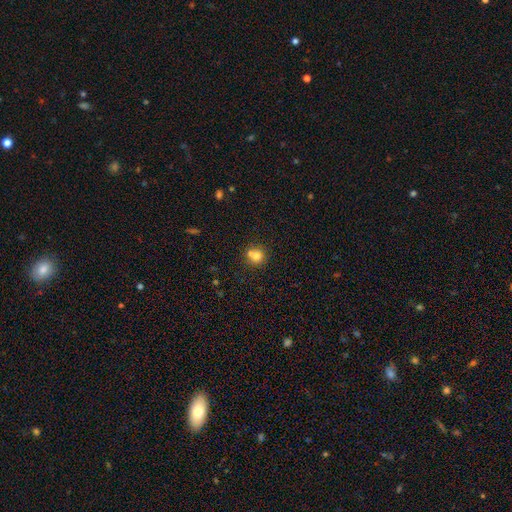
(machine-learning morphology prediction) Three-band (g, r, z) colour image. It shows a smooth galaxy with no disk features (75%) that is round (86%). Merging: none (50%).